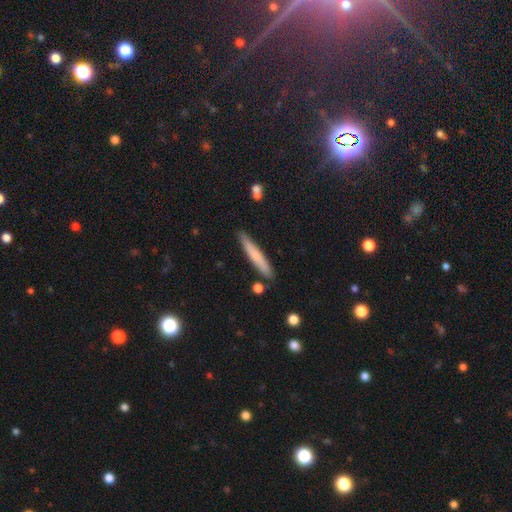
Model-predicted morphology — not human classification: Smooth or featured? smooth (67%)
How rounded? cigar-shaped (94%)
Merging? none (86%)